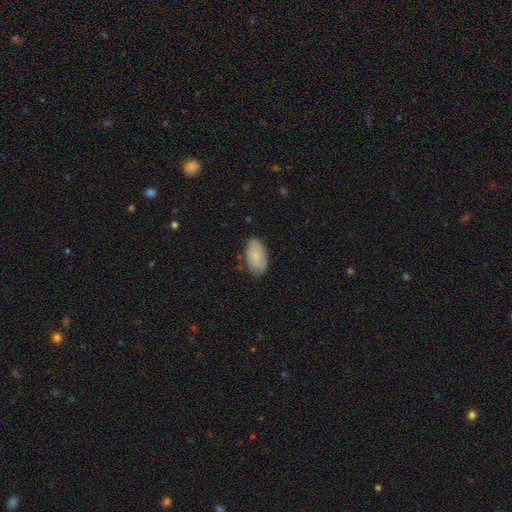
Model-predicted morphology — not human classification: smooth_or_featured: smooth (p=0.85) [alt: featured or disk p=0.09]
how_rounded: in between (p=0.95) [alt: round p=0.04]
merging: none (p=0.80) [alt: minor disturbance p=0.16]